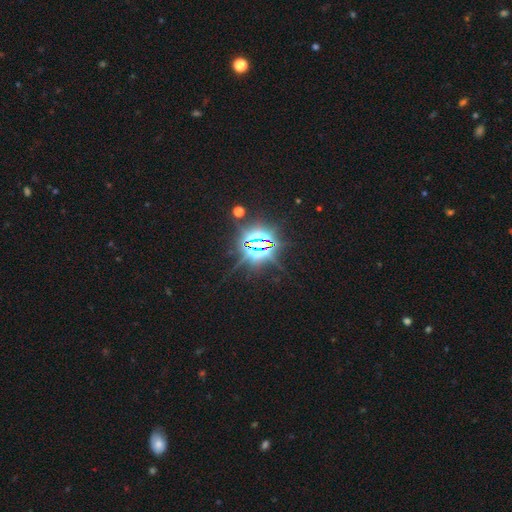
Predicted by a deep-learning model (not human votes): Smooth or featured: star or artifact — 84% (featured or disk — 9%)